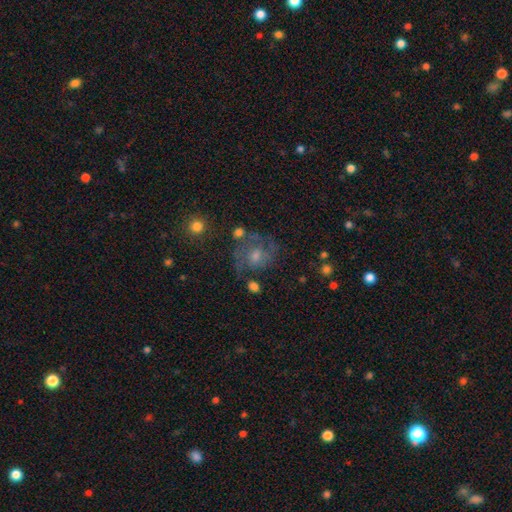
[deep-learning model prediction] Smooth or featured?
  - featured or disk: 66% *
  - smooth: 19%
  - star or artifact: 15%
Edge-on disk?
  - no: 98% *
  - yes: 2%
Bar?
  - no: 69% *
  - weak: 27%
  - strong: 4%
Spiral arms?
  - yes: 86% *
  - no: 14%
Spiral winding?
  - medium: 47% *
  - tight: 38%
  - loose: 15%
Spiral arm count?
  - 2: 49% *
  - can't tell: 26%
  - 3: 11%
  - 1: 6%
  - 4: 4%
  - more than 4: 4%
Bulge size?
  - moderate: 53% *
  - small: 35%
  - large: 6%
  - none: 5%
  - dominant: 2%
Merging?
  - none: 62% *
  - minor disturbance: 18%
  - major disturbance: 14%
  - merger: 6%